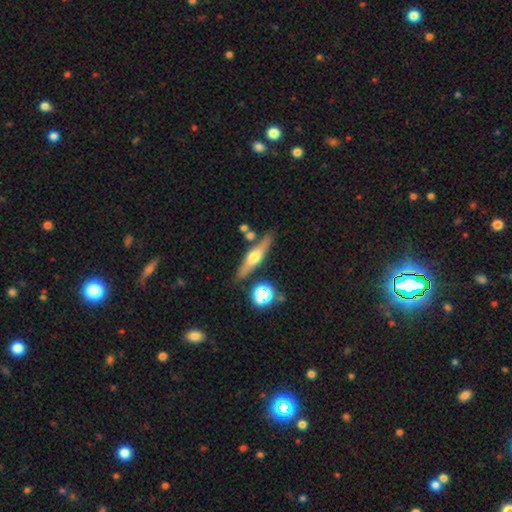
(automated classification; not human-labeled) Morphology: type=featured or disk (63%); edge-on=yes (95%); edge-on bulge=rounded (94%); merging=none (83%).